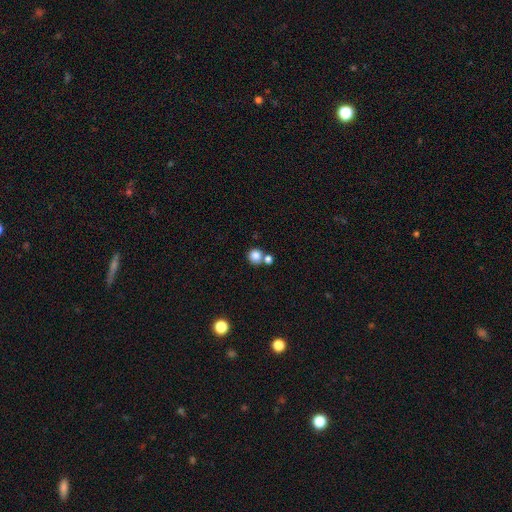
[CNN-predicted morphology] A smooth galaxy with no disk features (83%) that is round (89%).

Vote fractions:
- Smooth or featured? smooth: 83% / star or artifact: 11% / featured or disk: 6%
- How rounded? round: 89% / in between: 10% / cigar-shaped: 1%
- Merging? none: 56% / merger: 32% / minor disturbance: 8% / major disturbance: 3%